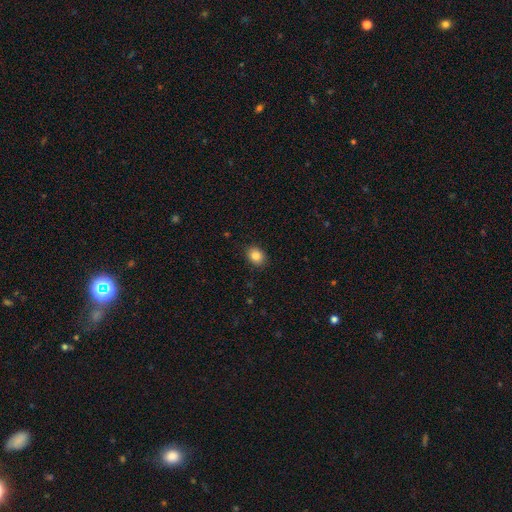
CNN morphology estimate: Smooth or featured? Predicted: smooth (p=0.84). How rounded? Predicted: in between (p=0.58). Merging? Predicted: none (p=0.89).